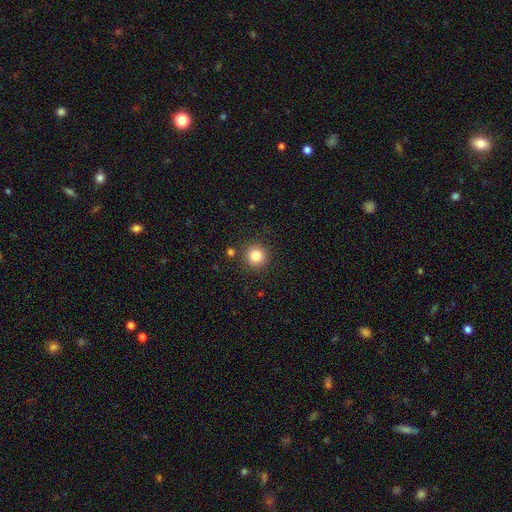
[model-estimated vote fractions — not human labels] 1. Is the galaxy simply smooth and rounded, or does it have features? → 84% smooth, 11% star or artifact, 5% featured or disk.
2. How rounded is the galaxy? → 94% round, 5% in between, 1% cigar-shaped.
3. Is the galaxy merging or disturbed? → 88% none, 7% minor disturbance, 3% merger, 2% major disturbance.